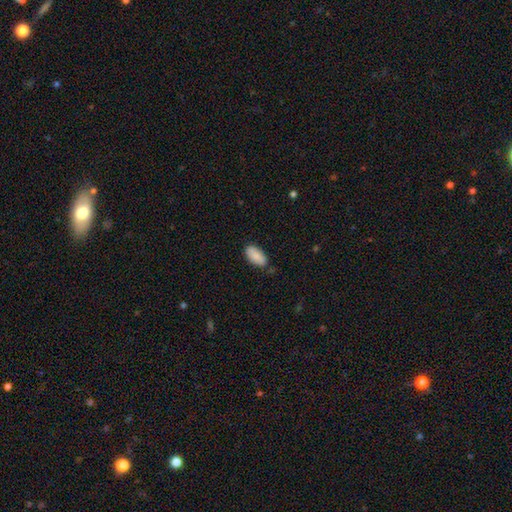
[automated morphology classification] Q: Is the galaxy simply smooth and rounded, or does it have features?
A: smooth — 86%.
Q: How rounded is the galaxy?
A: in between — 93%.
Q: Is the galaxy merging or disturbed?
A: none — 80%.